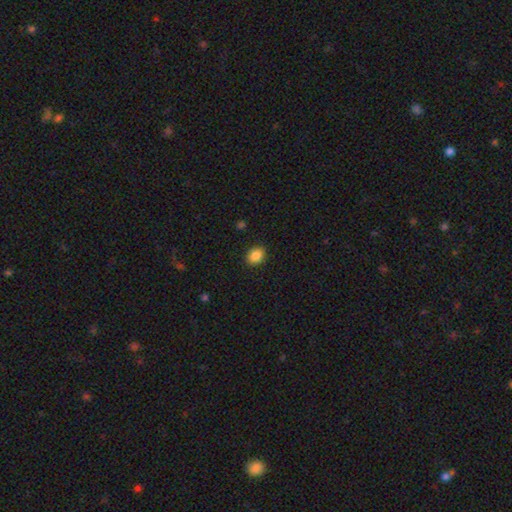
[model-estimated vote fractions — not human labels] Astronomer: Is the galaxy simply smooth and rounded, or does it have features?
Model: smooth — 87%.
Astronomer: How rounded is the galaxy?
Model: in between — 51% (runner-up: round, 48%).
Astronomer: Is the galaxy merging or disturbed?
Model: none — 89%.